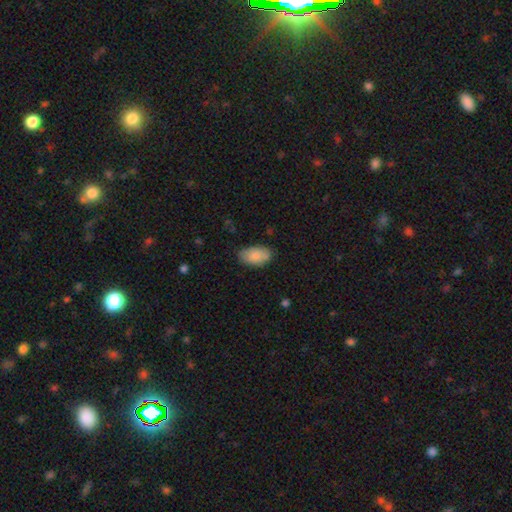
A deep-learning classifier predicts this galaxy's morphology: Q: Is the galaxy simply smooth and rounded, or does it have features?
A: smooth — 84%.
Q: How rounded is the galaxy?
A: in between — 94%.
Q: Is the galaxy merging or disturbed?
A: none — 75%.